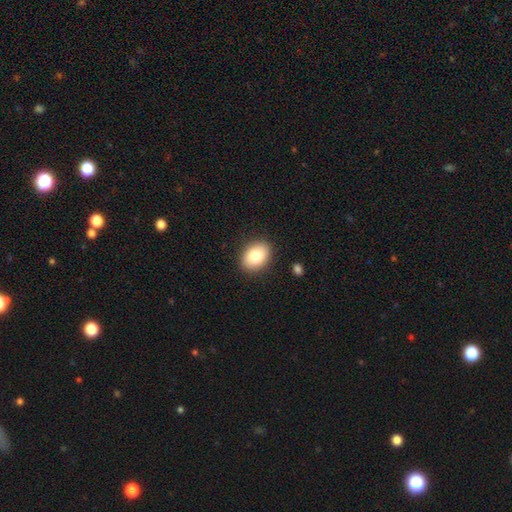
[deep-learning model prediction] Smooth or featured? smooth (82%)
How rounded? in between (76%)
Merging? none (88%)